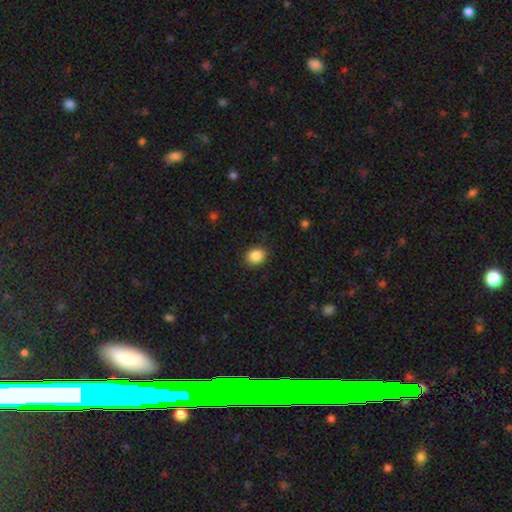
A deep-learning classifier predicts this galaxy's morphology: Smooth or featured? smooth (87%)
How rounded? round (61%)
Merging? none (88%)